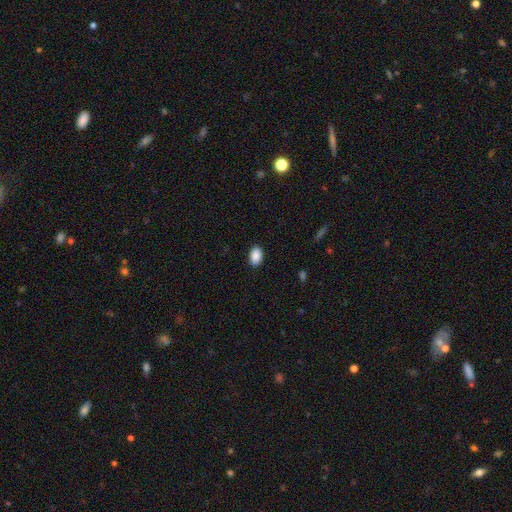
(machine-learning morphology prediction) A smooth galaxy with no disk features (89%) that is in between round and cigar-shaped (90%). Merging: none (89%).